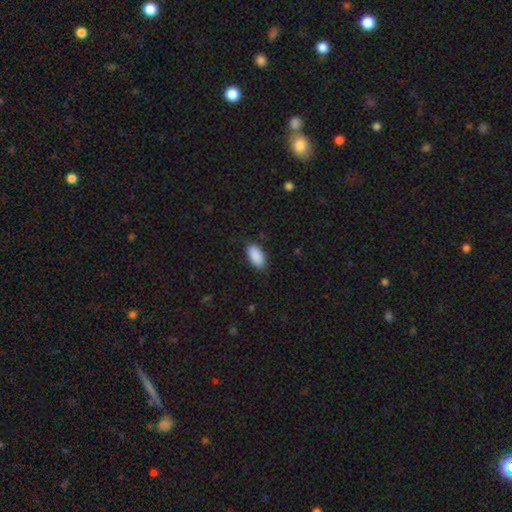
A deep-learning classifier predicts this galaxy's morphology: Smooth or featured? smooth (90%)
How rounded? in between (93%)
Merging? none (81%)